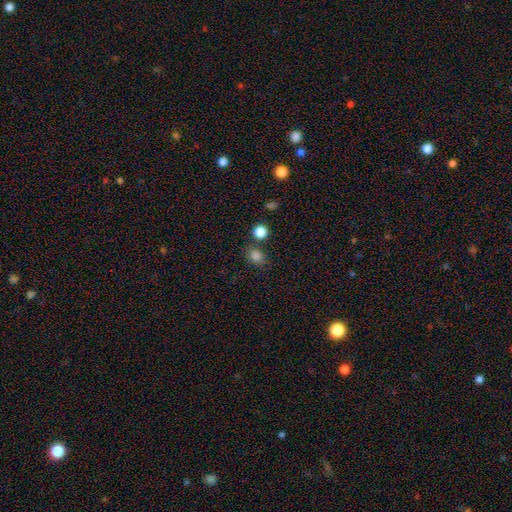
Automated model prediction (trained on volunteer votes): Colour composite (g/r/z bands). It shows a smooth galaxy with no disk features (82%) that is round (50%). Merging: none (74%).